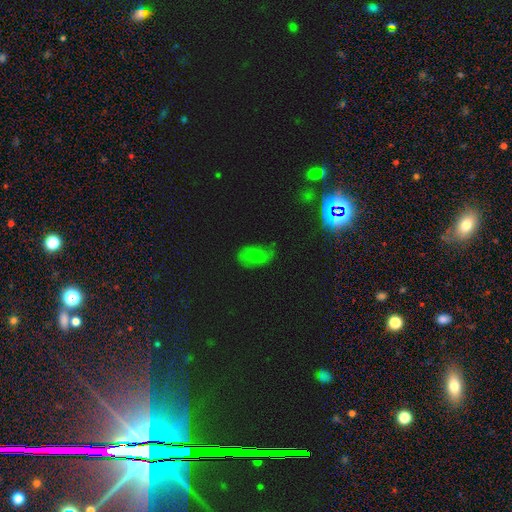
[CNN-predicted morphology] type=smooth (43%); merging=none (61%).